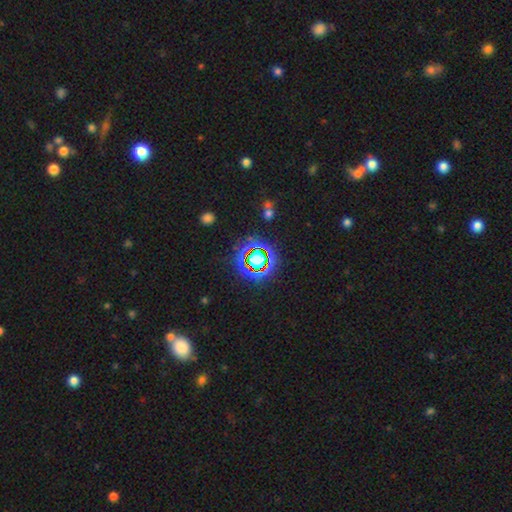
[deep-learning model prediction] Smooth or featured? Predicted: star or artifact (p=0.71).